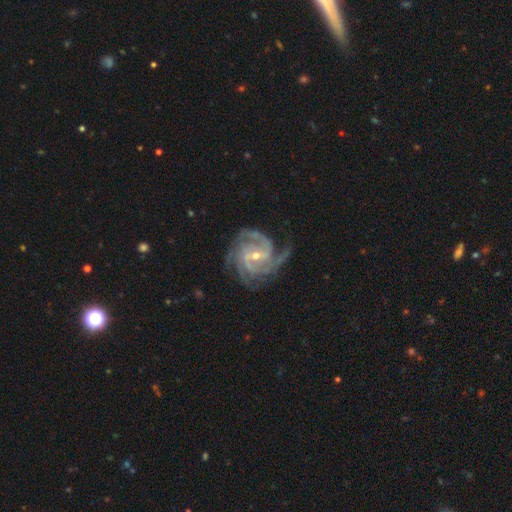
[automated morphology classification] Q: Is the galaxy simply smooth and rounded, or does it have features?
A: featured or disk — 92%.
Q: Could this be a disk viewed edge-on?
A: no — 98%.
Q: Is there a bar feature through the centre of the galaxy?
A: weak — 46%.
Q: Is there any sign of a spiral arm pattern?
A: yes — 98%.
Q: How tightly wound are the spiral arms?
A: tight — 56%.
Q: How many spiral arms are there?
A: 3 — 35%.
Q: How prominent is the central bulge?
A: small — 63%.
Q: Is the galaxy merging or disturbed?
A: none — 73%.